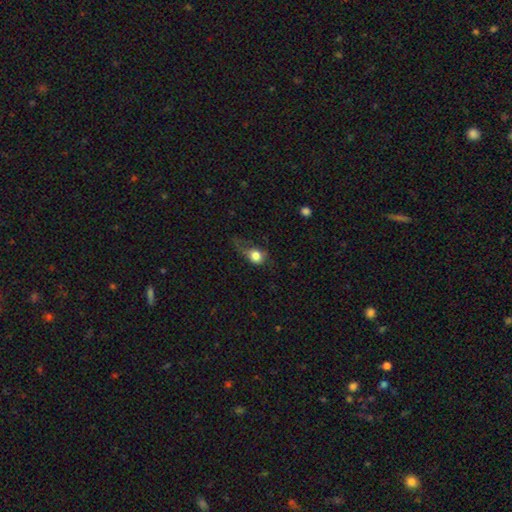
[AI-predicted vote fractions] This appears to be a smooth galaxy with no disk features (78%) that is round (57%). Merging: major disturbance (44%).